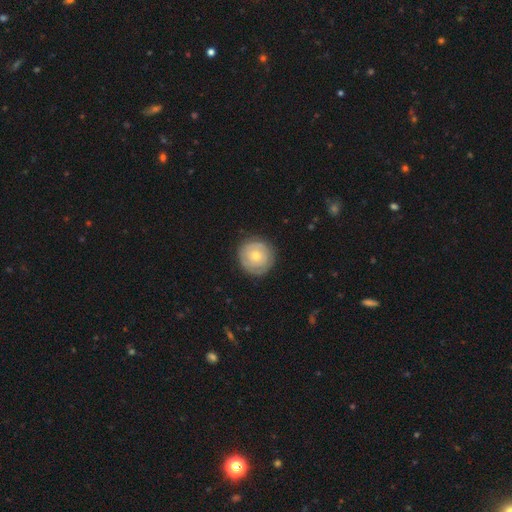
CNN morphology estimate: A smooth galaxy with no disk features (48%). Merging: none (85%).